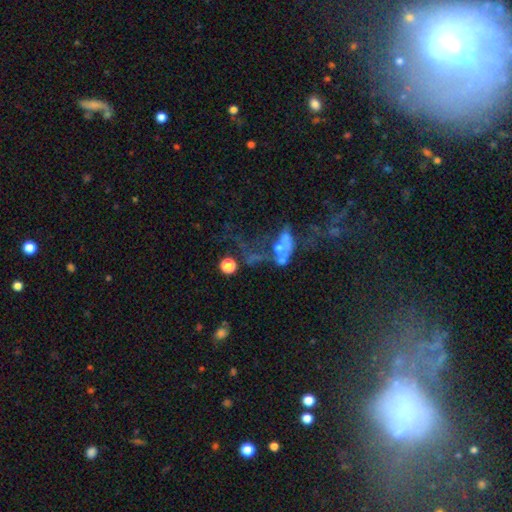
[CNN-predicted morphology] This appears to be a star or artifact, not a galaxy (40%).